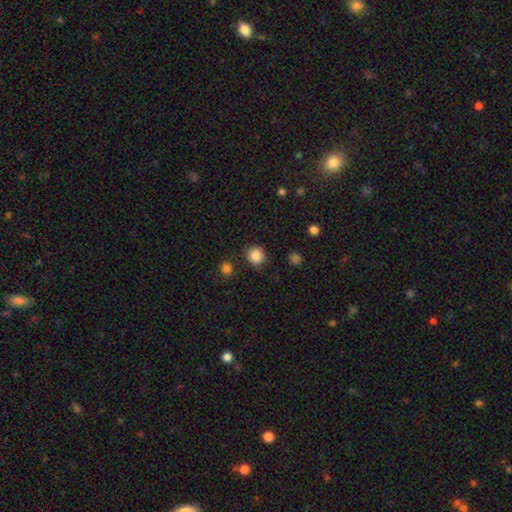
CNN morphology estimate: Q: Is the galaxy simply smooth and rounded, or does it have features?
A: smooth — 86%.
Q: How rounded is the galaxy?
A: round — 91%.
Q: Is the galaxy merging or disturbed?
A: none — 88%.